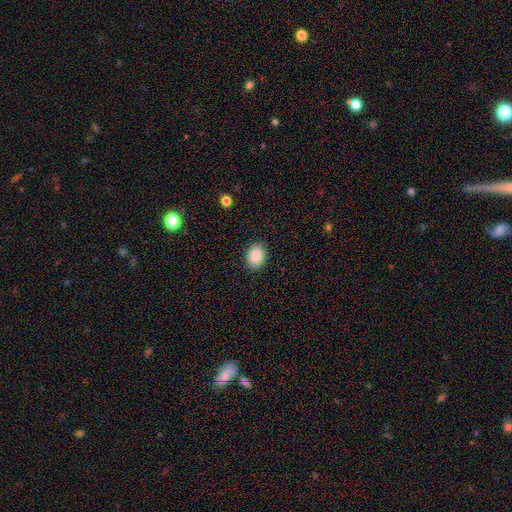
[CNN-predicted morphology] Overall: smooth (88%). How rounded: in between (71%). Merging: none (89%).